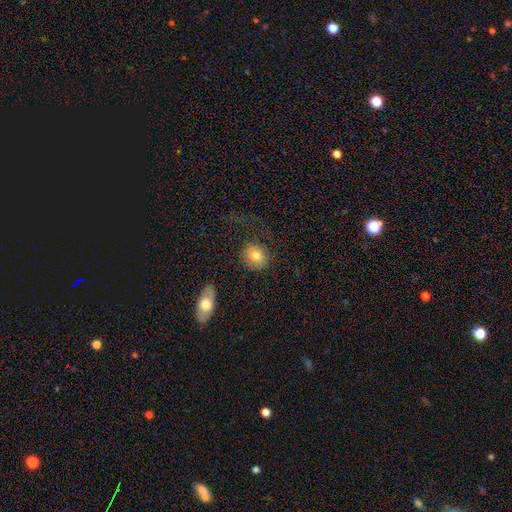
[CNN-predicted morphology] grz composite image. It shows a smooth galaxy with no disk features (77%) that is round (79%). Merging: none (75%).